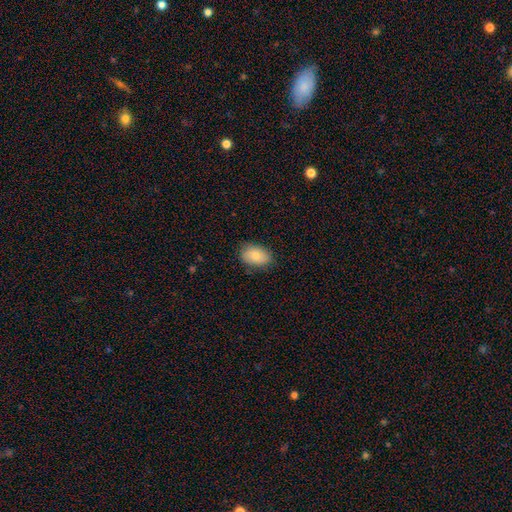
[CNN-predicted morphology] Smooth or featured? Predicted: smooth (p=0.84). How rounded? Predicted: in between (p=0.89). Merging? Predicted: none (p=0.83).